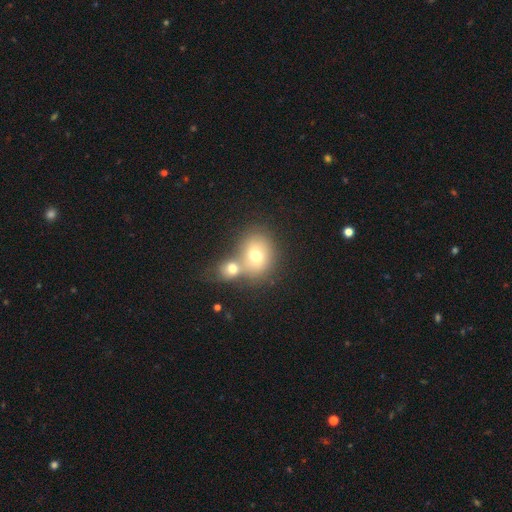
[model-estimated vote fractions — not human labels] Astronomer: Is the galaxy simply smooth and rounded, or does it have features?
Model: smooth — 63%.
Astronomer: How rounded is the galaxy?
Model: round — 60% (runner-up: in between, 39%).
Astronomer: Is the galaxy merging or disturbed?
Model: merger — 54% (runner-up: none, 35%).